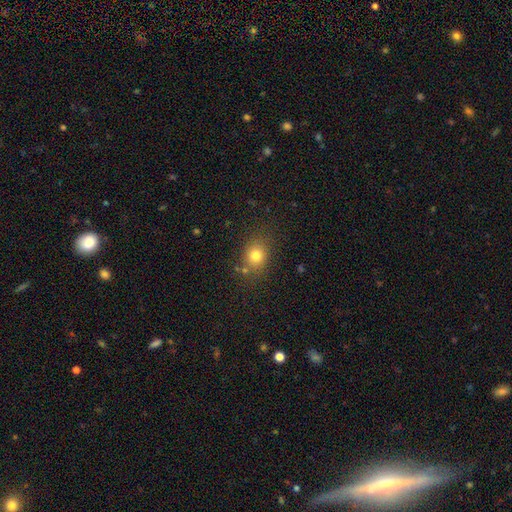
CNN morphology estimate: The model was most divided on "how rounded": round: 61%, in between: 38%, cigar-shaped: 1%. More confident: smooth or featured — smooth (78%); merging — none (76%).